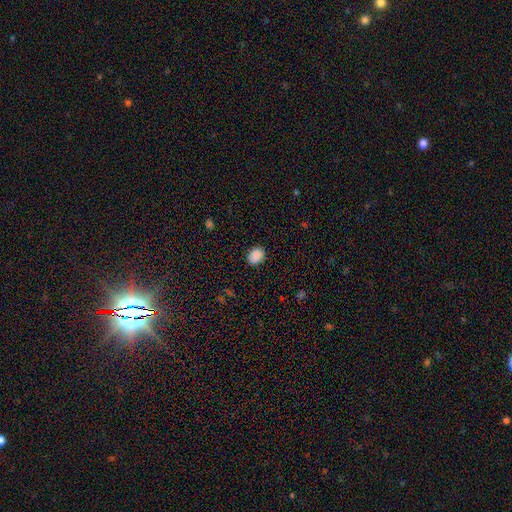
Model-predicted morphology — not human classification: Smooth or featured? Predicted: smooth (p=0.87). How rounded? Predicted: in between (p=0.53). Merging? Predicted: none (p=0.86).